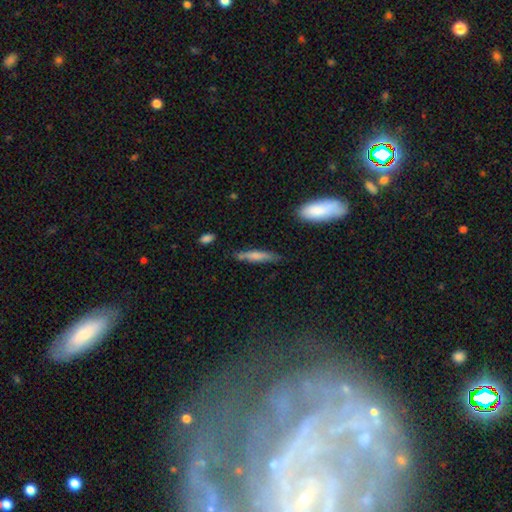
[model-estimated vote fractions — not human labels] Smooth or featured? smooth (65%)
How rounded? cigar-shaped (84%)
Merging? none (74%)